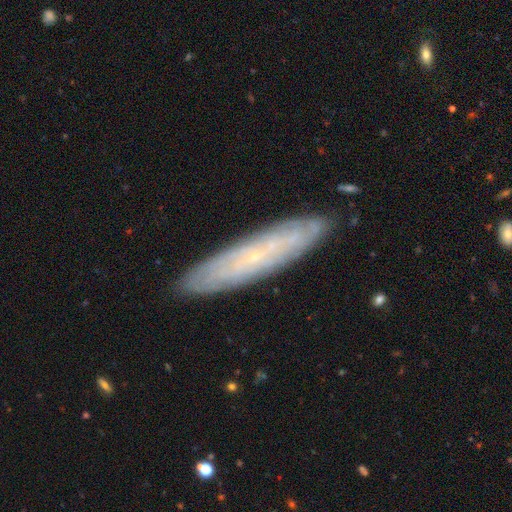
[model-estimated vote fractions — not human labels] Smooth or featured: featured or disk — 67% (smooth — 26%)
Edge-on disk: no — 55% (yes — 45%)
Merging: none — 88% (minor disturbance — 9%)